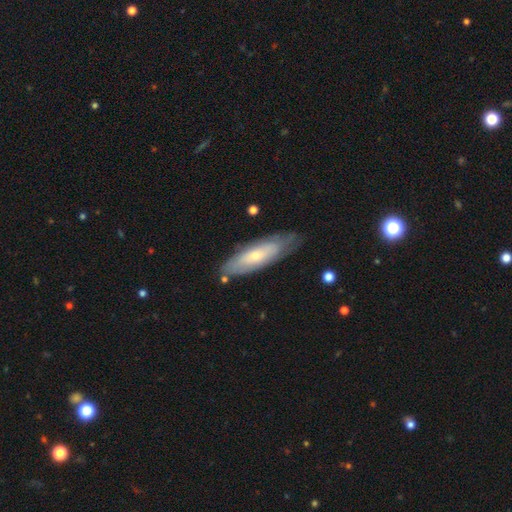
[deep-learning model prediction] Q: Smooth or featured?
A: featured or disk (52%); runner-up: smooth (43%)
Q: Edge-on disk?
A: no (68%); runner-up: yes (32%)
Q: Merging?
A: none (74%); runner-up: minor disturbance (19%)